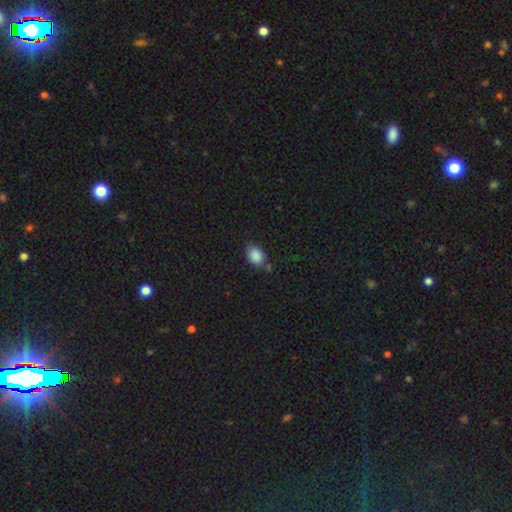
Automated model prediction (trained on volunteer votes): Smooth or featured: smooth — 87% (star or artifact — 9%)
How rounded: in between — 67% (round — 32%)
Merging: none — 68% (minor disturbance — 21%)